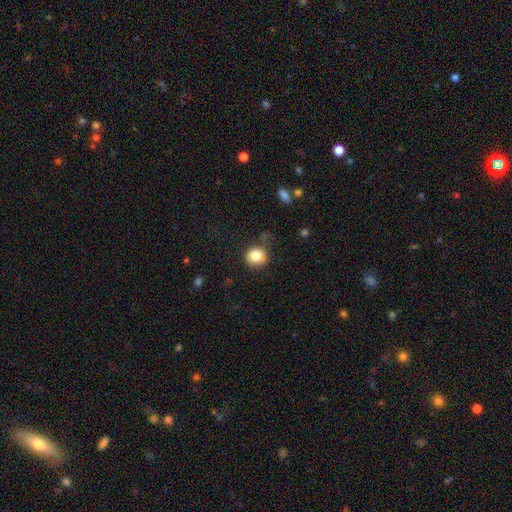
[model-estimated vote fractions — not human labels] A smooth galaxy with no disk features (84%) that is round (85%).

Vote fractions:
- Smooth or featured? smooth: 84% / star or artifact: 10% / featured or disk: 7%
- How rounded? round: 85% / in between: 14% / cigar-shaped: 1%
- Merging? none: 81% / minor disturbance: 13% / major disturbance: 3% / merger: 2%